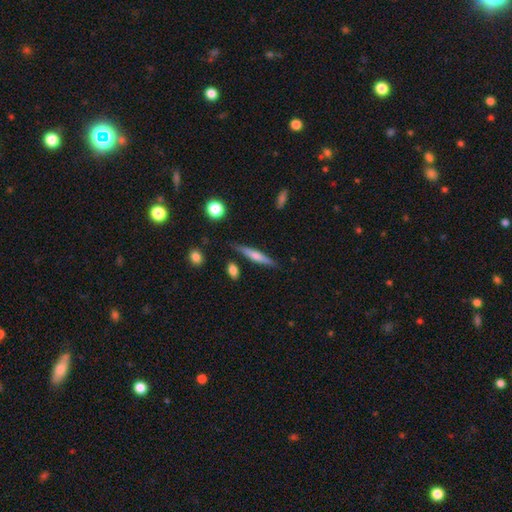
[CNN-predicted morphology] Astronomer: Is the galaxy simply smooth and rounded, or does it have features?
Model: smooth — 52% (runner-up: featured or disk, 42%).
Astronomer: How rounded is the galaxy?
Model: cigar-shaped — 88%.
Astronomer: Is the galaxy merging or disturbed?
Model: none — 81%.